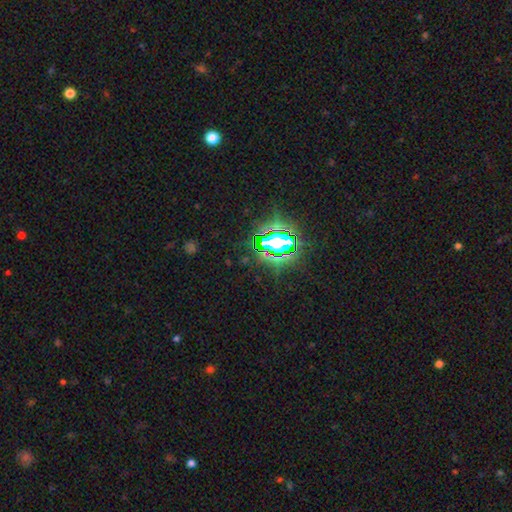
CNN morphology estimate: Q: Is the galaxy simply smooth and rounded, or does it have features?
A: star or artifact — 80%.